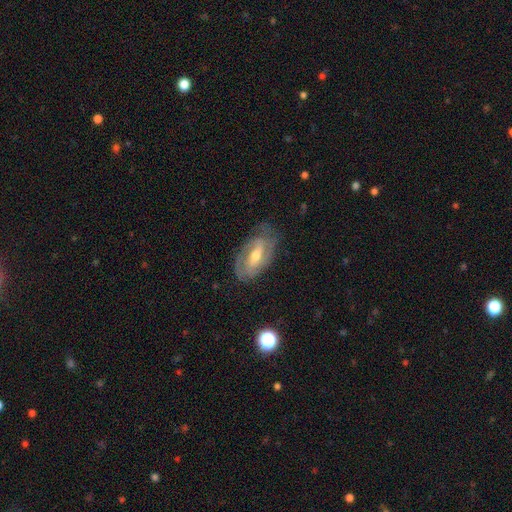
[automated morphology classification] A featured or disk galaxy (78%) with a weak bar (45%), 2 (64%) tight (52%) spiral arms (88%) and a moderate central bulge (58%).

Vote fractions:
- Smooth or featured? featured or disk: 78% / smooth: 16% / star or artifact: 6%
- Edge-on disk? no: 94% / yes: 6%
- Bar? weak: 45% / strong: 31% / no: 25%
- Spiral arms? yes: 88% / no: 12%
- Spiral winding? tight: 52% / medium: 36% / loose: 11%
- Spiral arm count? 2: 64% / can't tell: 21% / 3: 6% / 1: 5% / 4: 2% / more than 4: 2%
- Bulge size? moderate: 58% / small: 36% / large: 3% / none: 1% / dominant: 1%
- Merging? none: 72% / minor disturbance: 19% / major disturbance: 7% / merger: 1%